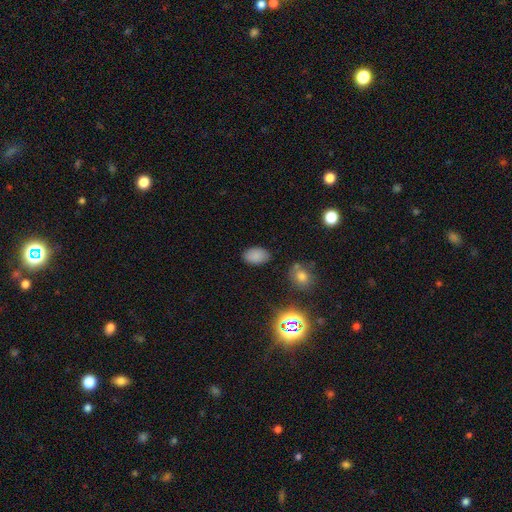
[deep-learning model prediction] Overall: smooth (83%). How rounded: in between (91%). Merging: none (85%).